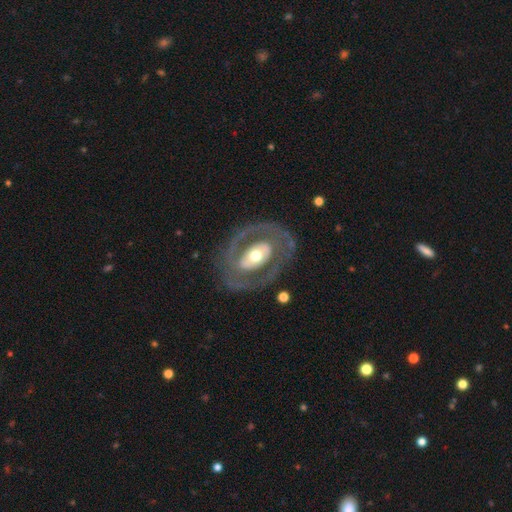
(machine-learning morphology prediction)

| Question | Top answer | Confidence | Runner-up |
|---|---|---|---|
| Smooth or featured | featured or disk | 78% | smooth (18%) |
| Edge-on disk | no | 95% | yes (5%) |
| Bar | no | 46% | strong (27%) |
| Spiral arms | yes | 56% | no (44%) |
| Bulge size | moderate | 65% | large (18%) |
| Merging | none | 75% | minor disturbance (13%) |